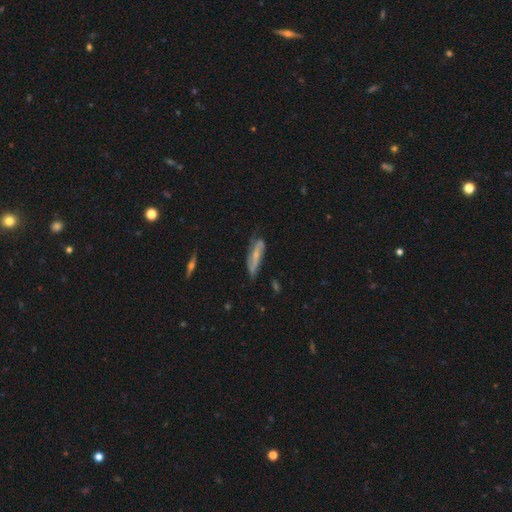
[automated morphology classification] A featured or disk galaxy (54%).

Vote fractions:
- Smooth or featured? featured or disk: 54% / smooth: 38% / star or artifact: 8%
- Edge-on disk? no: 70% / yes: 30%
- Merging? none: 58% / minor disturbance: 29% / major disturbance: 10% / merger: 2%